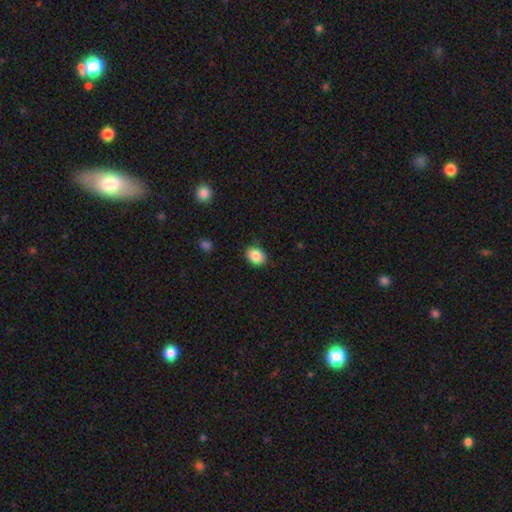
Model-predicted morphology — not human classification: smooth_or_featured: smooth (p=0.87) [alt: star or artifact p=0.08]
how_rounded: in between (p=0.55) [alt: round p=0.44]
merging: none (p=0.85) [alt: minor disturbance p=0.12]